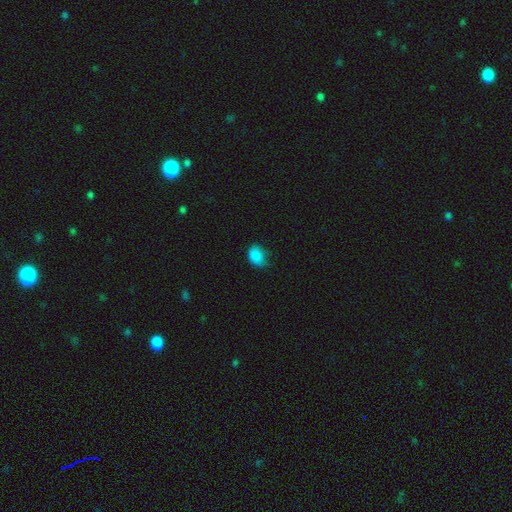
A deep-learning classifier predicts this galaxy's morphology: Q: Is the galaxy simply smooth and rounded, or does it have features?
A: smooth — 87%.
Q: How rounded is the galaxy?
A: in between — 70%.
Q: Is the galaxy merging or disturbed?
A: none — 61%.